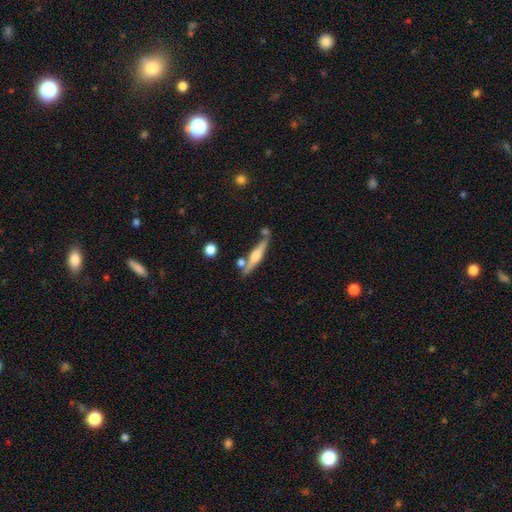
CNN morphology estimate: Q: Smooth or featured?
A: featured or disk (63%); runner-up: smooth (30%)
Q: Edge-on disk?
A: yes (96%); runner-up: no (4%)
Q: Edge-on bulge?
A: rounded (80%); runner-up: boxy (13%)
Q: Merging?
A: none (73%); runner-up: minor disturbance (13%)